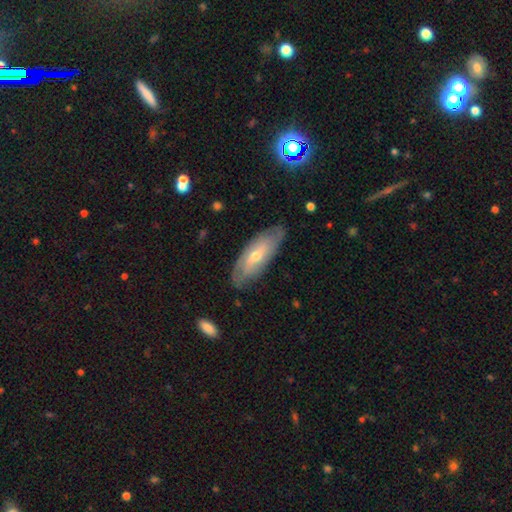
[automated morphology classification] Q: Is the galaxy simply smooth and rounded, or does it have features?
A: featured or disk — 58%.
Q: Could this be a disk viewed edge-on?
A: no — 78%.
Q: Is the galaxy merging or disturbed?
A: none — 80%.